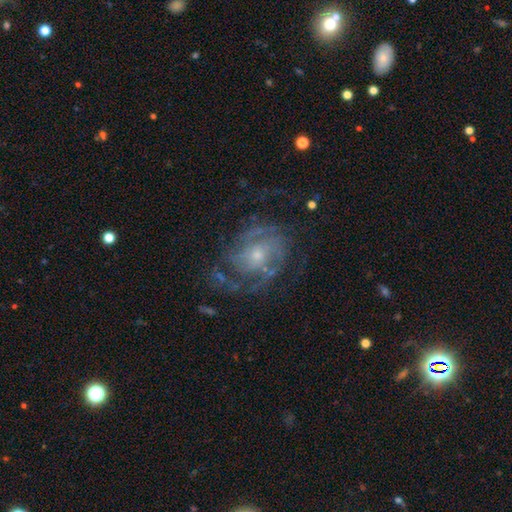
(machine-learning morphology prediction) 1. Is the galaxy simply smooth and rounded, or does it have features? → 79% featured or disk, 11% smooth, 11% star or artifact.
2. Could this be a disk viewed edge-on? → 97% no, 3% yes.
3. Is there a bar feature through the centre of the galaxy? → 69% no, 26% weak, 6% strong.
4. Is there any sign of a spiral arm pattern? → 87% yes, 13% no.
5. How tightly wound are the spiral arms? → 50% tight, 38% medium, 12% loose.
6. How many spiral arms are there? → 37% can't tell, 27% 2, 17% 3, 7% 4, 6% 1, 5% more than 4.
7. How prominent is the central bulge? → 58% small, 35% moderate, 3% none, 3% large, 1% dominant.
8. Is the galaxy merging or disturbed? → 66% none, 17% minor disturbance, 15% major disturbance, 2% merger.